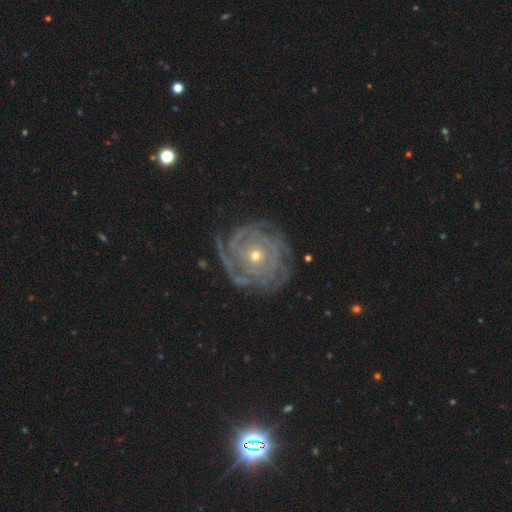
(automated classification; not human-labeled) This appears to be a featured or disk galaxy (87%) with no bar (83%), tight (81%) spiral arms (94%) and a small central bulge (59%). Merging: none (71%).